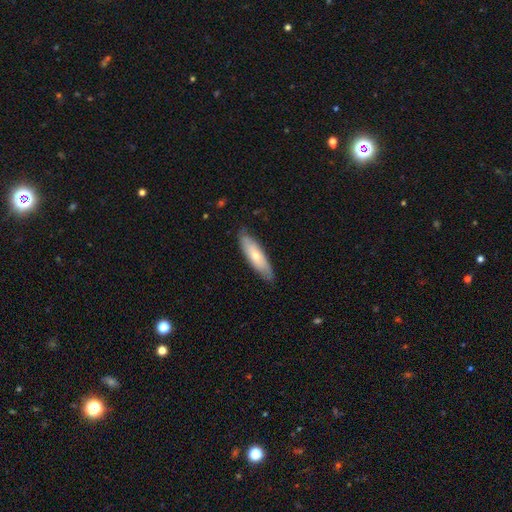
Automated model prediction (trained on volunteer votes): A smooth galaxy with no disk features (60%) that is cigar-shaped (60%). Merging: none (81%).